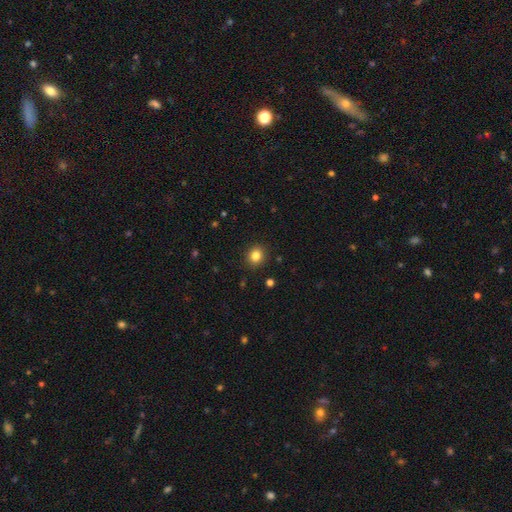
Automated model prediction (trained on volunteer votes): Smooth or featured? smooth (83%)
How rounded? round (79%)
Merging? none (91%)